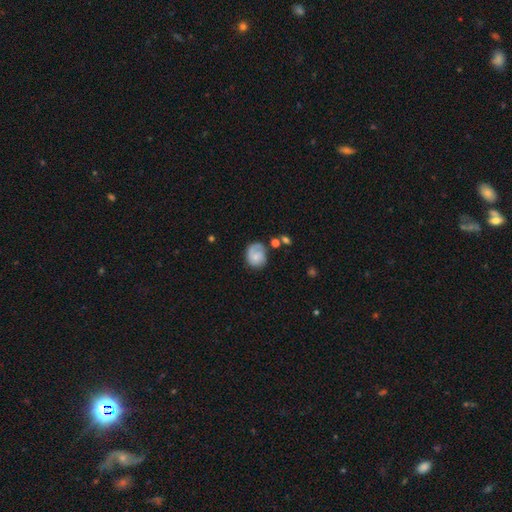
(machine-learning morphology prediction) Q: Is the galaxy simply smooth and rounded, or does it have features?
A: smooth — 48%.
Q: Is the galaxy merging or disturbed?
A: none — 53%.